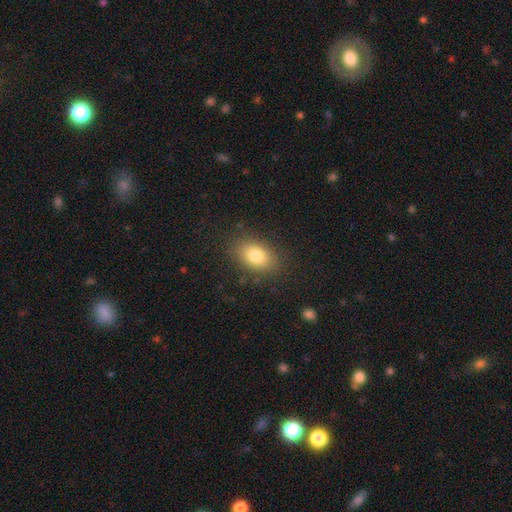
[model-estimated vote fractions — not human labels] Overall: smooth (81%). How rounded: in between (84%). Merging: none (85%).